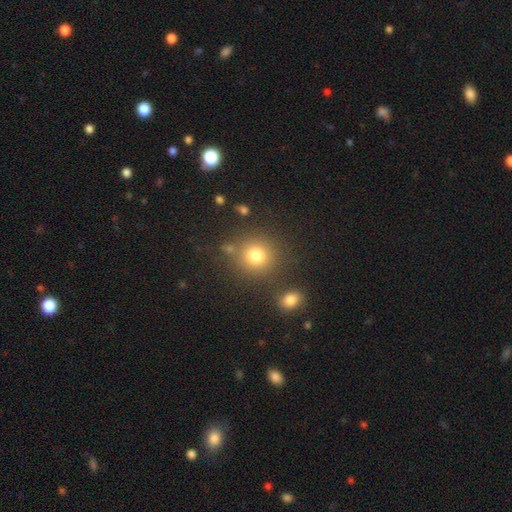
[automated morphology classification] type=smooth (78%); roundness=round (89%); merging=none (79%).